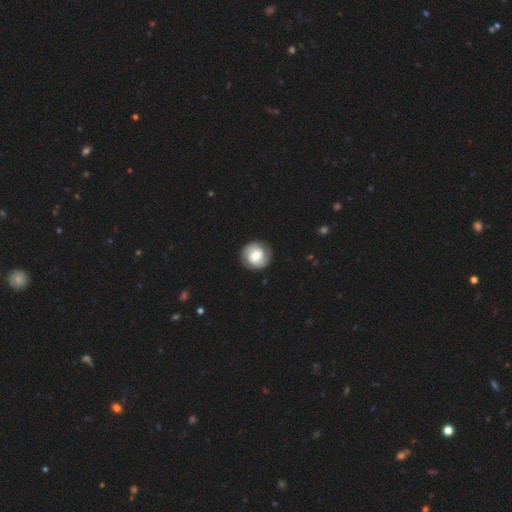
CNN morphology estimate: Smooth or featured: featured or disk — 62% (smooth — 33%)
Edge-on disk: no — 98% (yes — 2%)
Bar: no — 46% (weak — 41%)
Spiral arms: yes — 85% (no — 15%)
Spiral winding: tight — 53% (medium — 35%)
Spiral arm count: 2 — 85% (can't tell — 8%)
Bulge size: moderate — 67% (small — 15%)
Merging: none — 87% (minor disturbance — 9%)